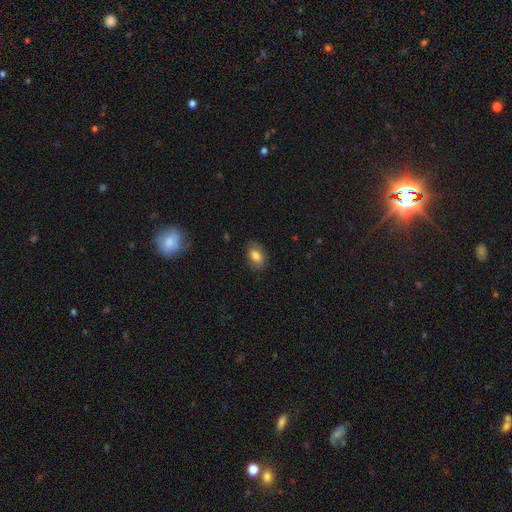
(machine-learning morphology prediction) type=smooth (80%); roundness=in between (88%); merging=none (79%).